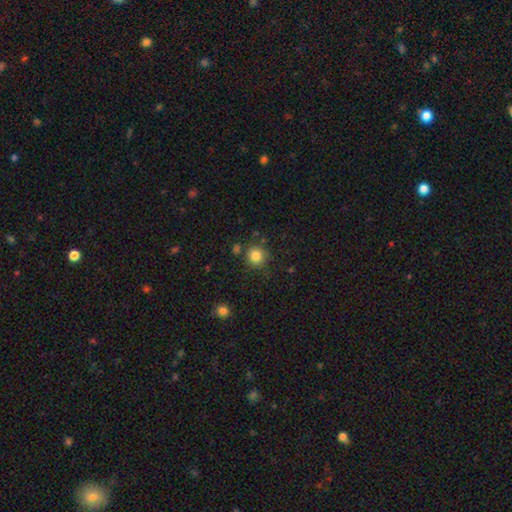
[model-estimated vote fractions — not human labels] The model was most divided on "merging": none: 80%, minor disturbance: 11%, merger: 5%, major disturbance: 4%. More confident: how rounded — round (91%); smooth or featured — smooth (83%).